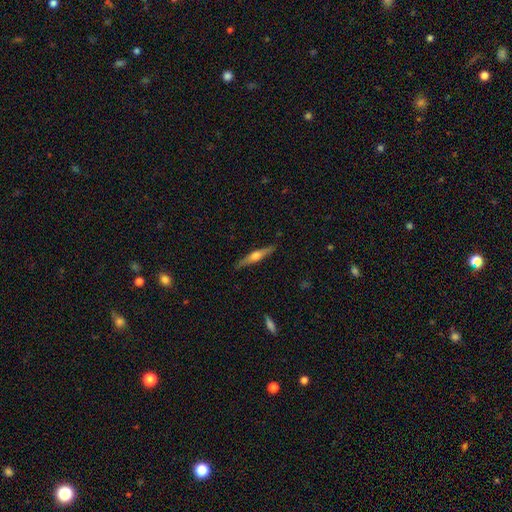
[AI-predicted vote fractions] A featured or disk galaxy (66%) viewed edge-on (97%) with a rounded central bulge (89%). Merging: none (89%).